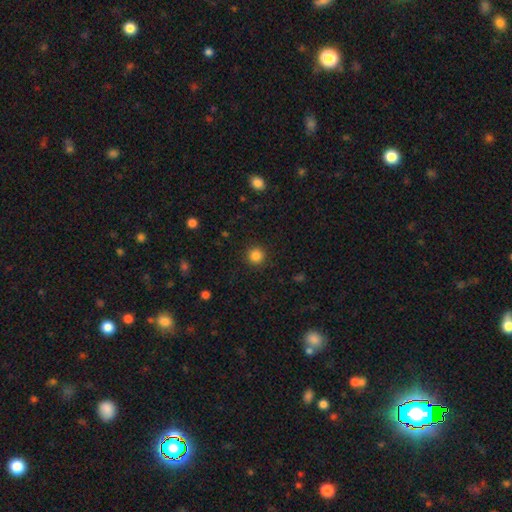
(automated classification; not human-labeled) Smooth or featured: smooth — 84% (star or artifact — 11%)
How rounded: round — 94% (in between — 5%)
Merging: none — 91% (minor disturbance — 5%)